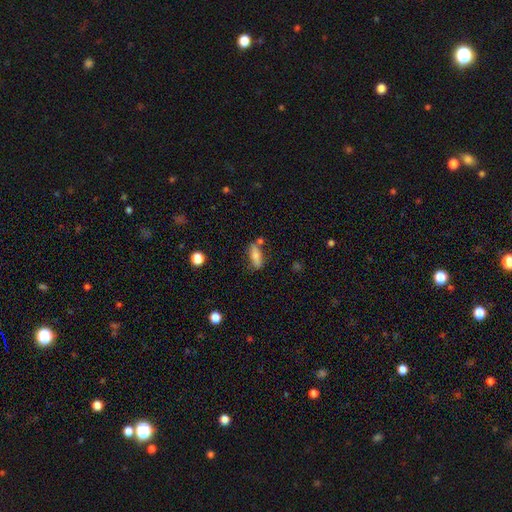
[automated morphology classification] smooth 69%, featured or disk 22%, star or artifact 8%. Down the decision tree: how rounded — in between (55%); merging — none (65%).